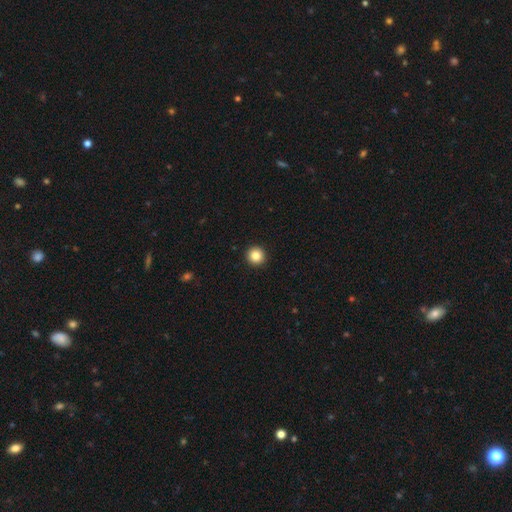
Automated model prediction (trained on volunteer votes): Morphology: type=smooth (85%); roundness=round (96%); merging=none (94%).